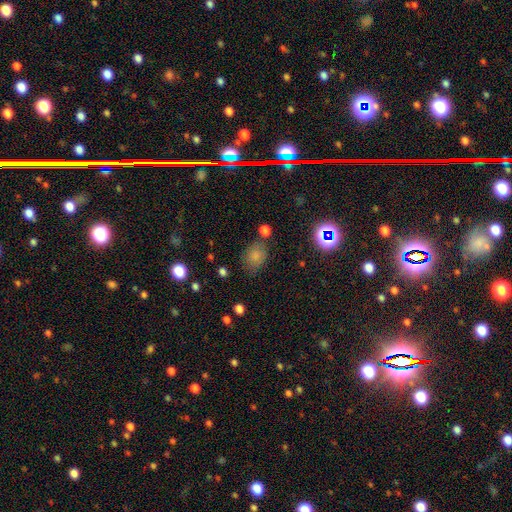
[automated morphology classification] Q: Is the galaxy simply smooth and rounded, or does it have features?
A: smooth — 78%.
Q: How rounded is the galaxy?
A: in between — 61%.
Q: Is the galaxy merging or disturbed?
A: none — 70%.